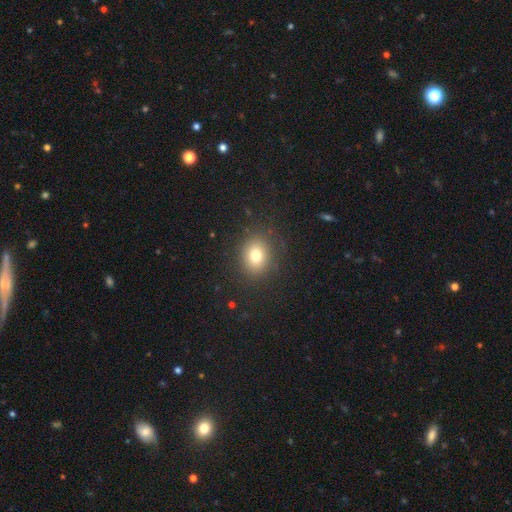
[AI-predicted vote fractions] A smooth galaxy with no disk features (77%) that is round (57%).

Vote fractions:
- Smooth or featured? smooth: 77% / star or artifact: 13% / featured or disk: 10%
- How rounded? round: 57% / in between: 42% / cigar-shaped: 1%
- Merging? none: 86% / minor disturbance: 9% / major disturbance: 4% / merger: 1%